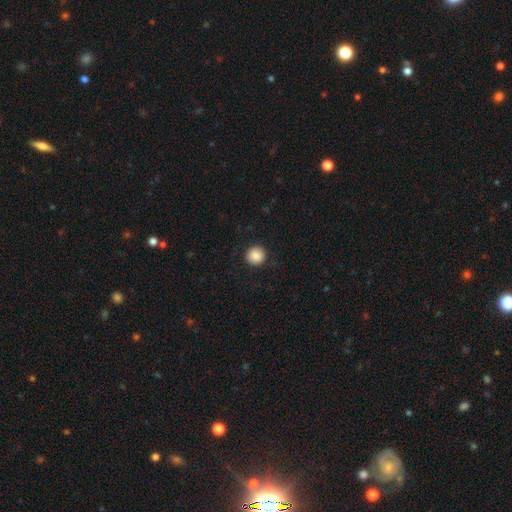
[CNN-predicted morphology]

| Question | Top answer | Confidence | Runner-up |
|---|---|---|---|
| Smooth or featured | smooth | 88% | star or artifact (8%) |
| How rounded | round | 94% | in between (5%) |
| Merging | none | 90% | minor disturbance (7%) |